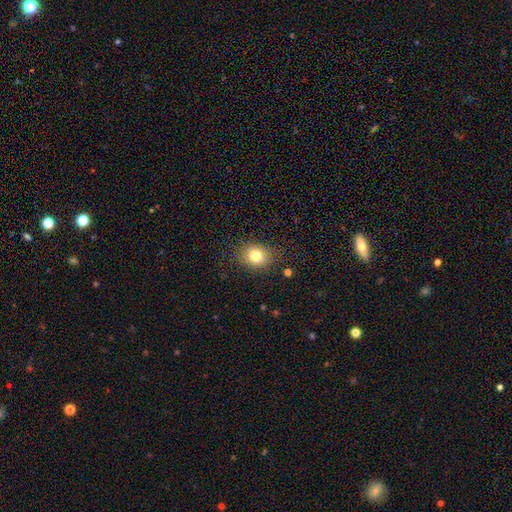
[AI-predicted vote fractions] This is likely a smooth galaxy (79%). How rounded: possibly round (58%). Merging: clearly none (83%).